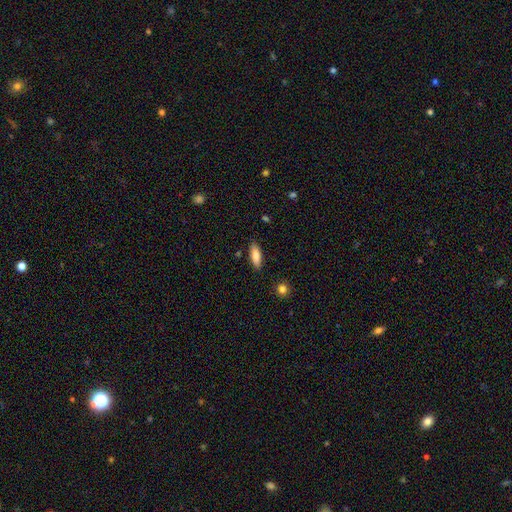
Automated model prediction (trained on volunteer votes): Overall: smooth (82%). How rounded: in between (57%; cigar-shaped 41%). Merging: none (87%).